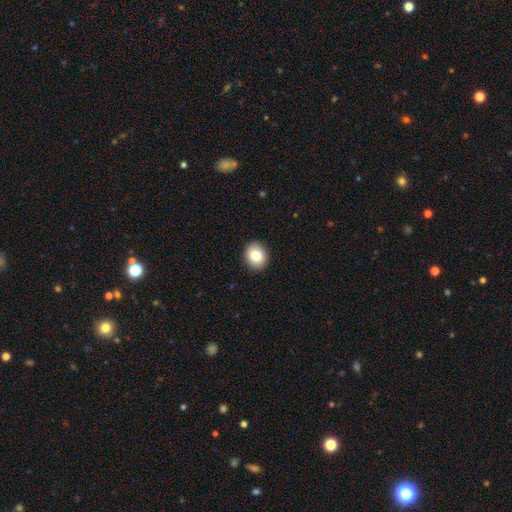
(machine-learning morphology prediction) Q: Smooth or featured?
A: smooth (82%); runner-up: featured or disk (9%)
Q: How rounded?
A: round (65%); runner-up: in between (34%)
Q: Merging?
A: none (91%); runner-up: minor disturbance (6%)